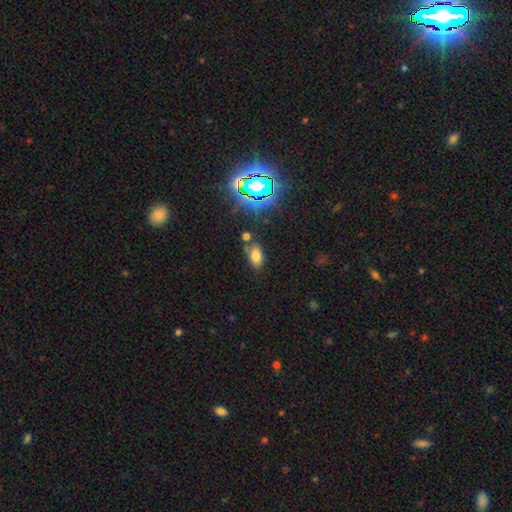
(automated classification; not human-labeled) smooth_or_featured: smooth (p=0.68) [alt: star or artifact p=0.21]
how_rounded: in between (p=0.90) [alt: round p=0.07]
merging: none (p=0.70) [alt: minor disturbance p=0.15]